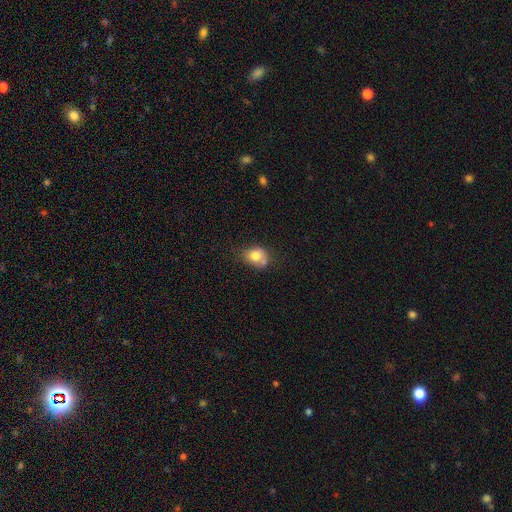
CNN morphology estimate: This appears to be a smooth galaxy with no disk features (76%) that is in between round and cigar-shaped (50%). Merging: none (39%).